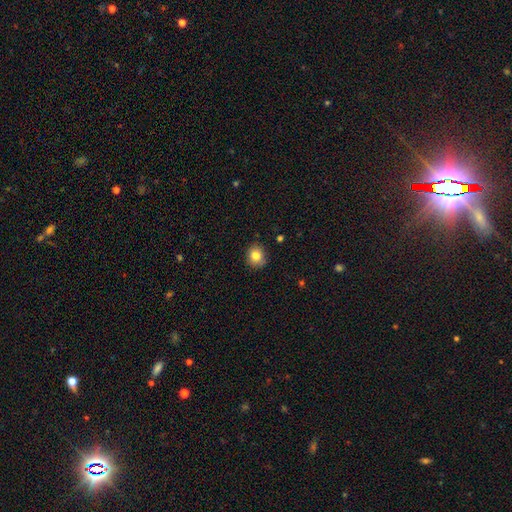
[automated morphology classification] A smooth galaxy with no disk features (83%) that is round (79%).

Vote fractions:
- Smooth or featured? smooth: 83% / star or artifact: 10% / featured or disk: 7%
- How rounded? round: 79% / in between: 20% / cigar-shaped: 1%
- Merging? none: 85% / minor disturbance: 11% / major disturbance: 2% / merger: 1%